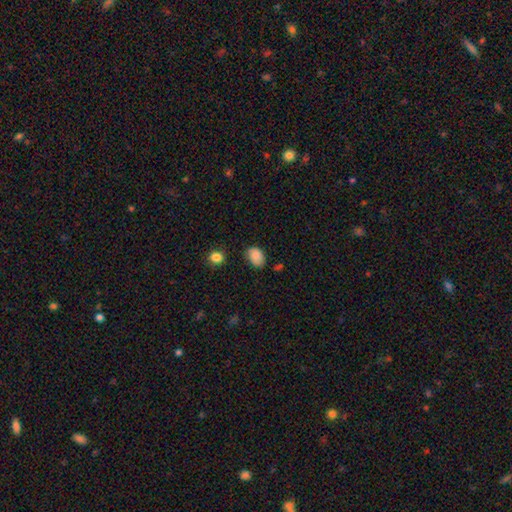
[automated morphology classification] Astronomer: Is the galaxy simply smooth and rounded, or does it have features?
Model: smooth — 86%.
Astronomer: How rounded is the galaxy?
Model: in between — 77%.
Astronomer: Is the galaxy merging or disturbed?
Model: none — 69%.